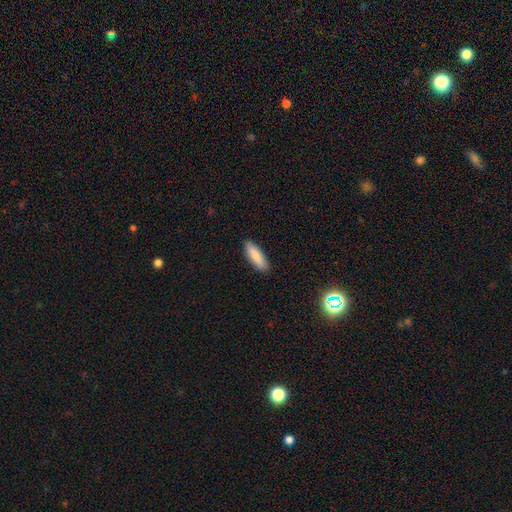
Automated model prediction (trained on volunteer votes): A smooth galaxy with no disk features (86%) that is cigar-shaped (53%).

Vote fractions:
- Smooth or featured? smooth: 86% / featured or disk: 8% / star or artifact: 6%
- How rounded? cigar-shaped: 53% / in between: 46% / round: 1%
- Merging? none: 89% / minor disturbance: 8% / major disturbance: 2% / merger: 1%